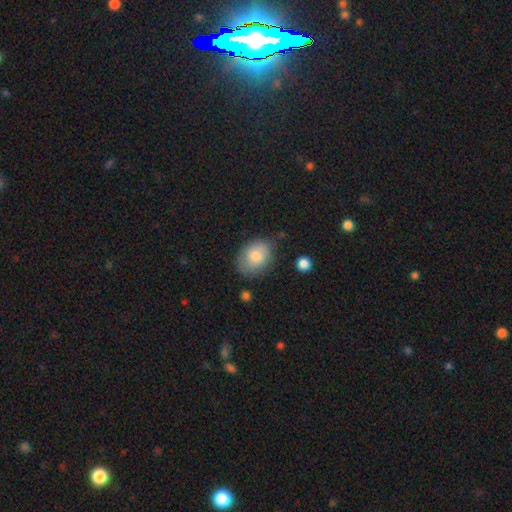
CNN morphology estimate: A smooth galaxy with no disk features (79%) that is in between round and cigar-shaped (70%).

Vote fractions:
- Smooth or featured? smooth: 79% / featured or disk: 13% / star or artifact: 7%
- How rounded? in between: 70% / round: 29% / cigar-shaped: 1%
- Merging? none: 70% / minor disturbance: 22% / major disturbance: 5% / merger: 3%